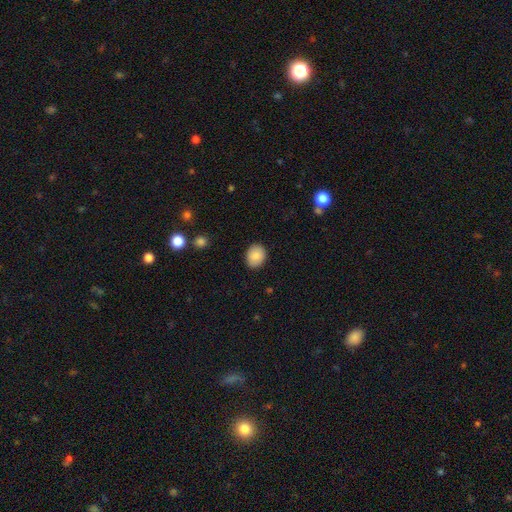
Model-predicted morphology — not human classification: Smooth or featured: smooth — 86% (star or artifact — 8%)
How rounded: round — 59% (in between — 40%)
Merging: none — 89% (minor disturbance — 8%)